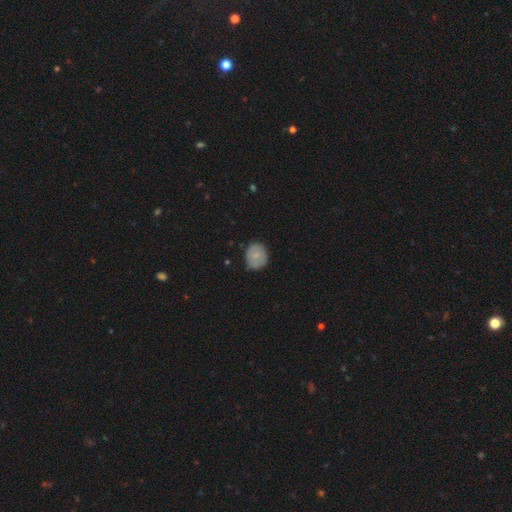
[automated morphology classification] Smooth or featured? Predicted: smooth (p=0.67). How rounded? Predicted: round (p=0.64). Merging? Predicted: none (p=0.75).